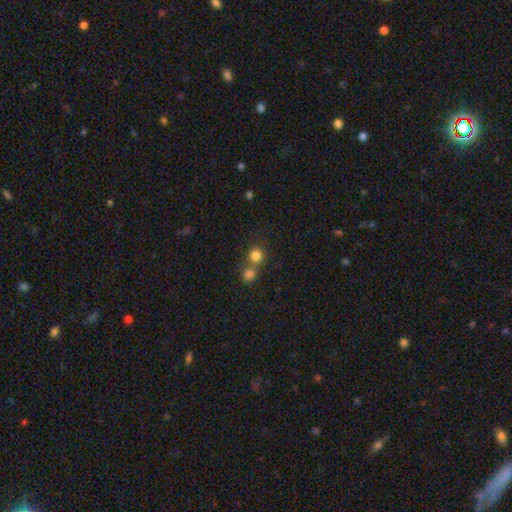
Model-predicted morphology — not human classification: A smooth galaxy with no disk features (80%) that is round (90%).

Vote fractions:
- Smooth or featured? smooth: 80% / star or artifact: 13% / featured or disk: 7%
- How rounded? round: 90% / in between: 9% / cigar-shaped: 1%
- Merging? none: 53% / merger: 39% / minor disturbance: 6% / major disturbance: 3%